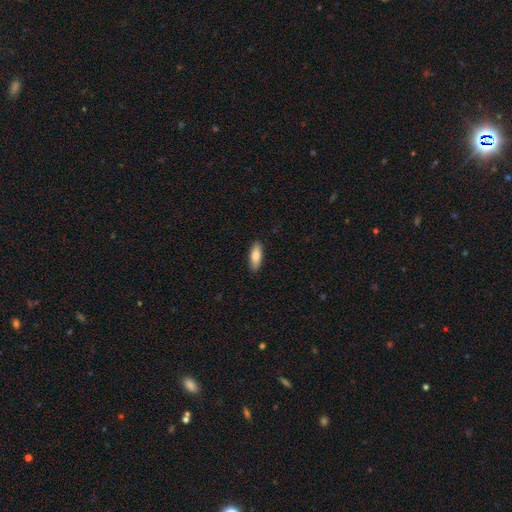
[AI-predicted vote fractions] smooth-or-featured: smooth: 80% | featured or disk: 14% | star or artifact: 6%
  how-rounded: in between: 67% | cigar-shaped: 31% | round: 2%
  merging: none: 89% | minor disturbance: 8% | major disturbance: 2% | merger: 1%